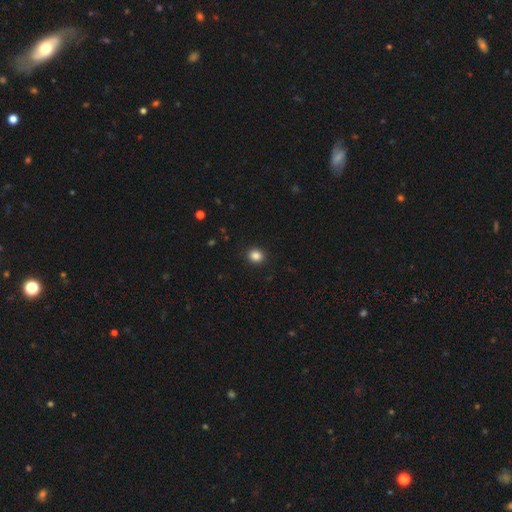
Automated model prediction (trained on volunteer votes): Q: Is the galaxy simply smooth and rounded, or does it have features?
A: smooth — 86%.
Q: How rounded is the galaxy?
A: round — 76%.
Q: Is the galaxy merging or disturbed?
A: none — 91%.